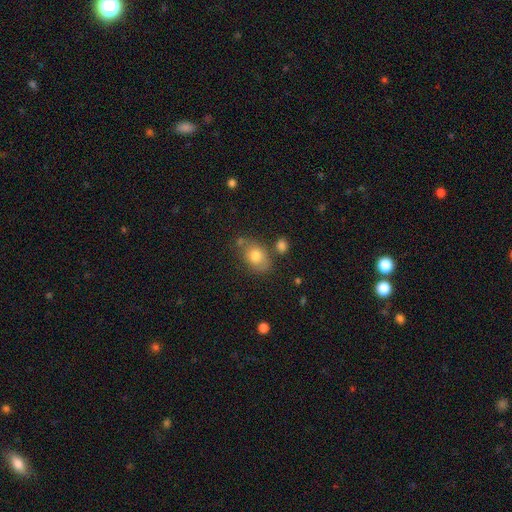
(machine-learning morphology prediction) A smooth galaxy with no disk features (76%) that is in between round and cigar-shaped (75%). Merging: none (63%).